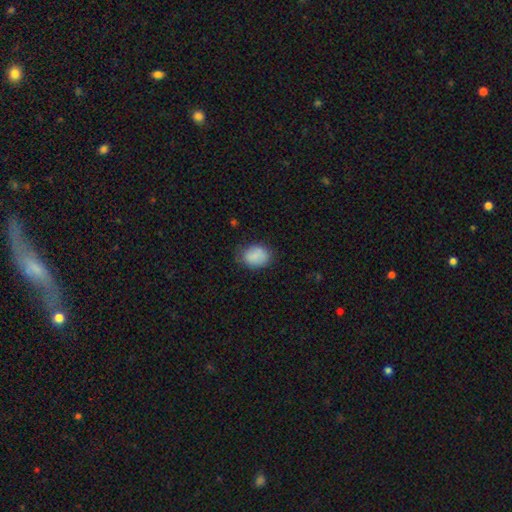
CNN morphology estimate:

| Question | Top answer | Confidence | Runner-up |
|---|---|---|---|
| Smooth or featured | smooth | 84% | featured or disk (9%) |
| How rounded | in between | 61% | round (38%) |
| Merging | none | 71% | minor disturbance (22%) |